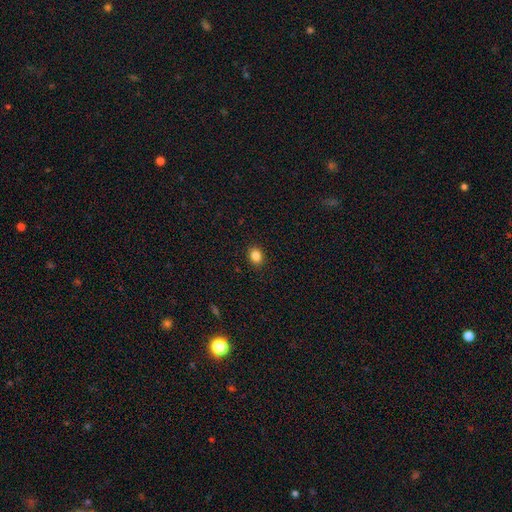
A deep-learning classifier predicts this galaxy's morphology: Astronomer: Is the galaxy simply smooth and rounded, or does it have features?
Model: smooth — 86%.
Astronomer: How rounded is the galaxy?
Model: round — 52% (runner-up: in between, 47%).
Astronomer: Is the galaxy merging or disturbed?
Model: none — 90%.